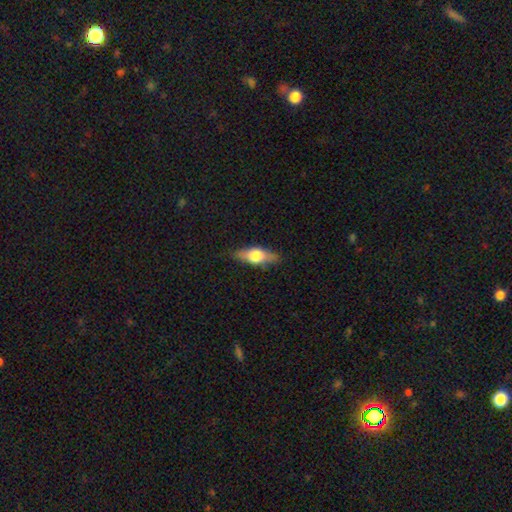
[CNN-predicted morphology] Smooth or featured? smooth (50%)
Merging? none (84%)